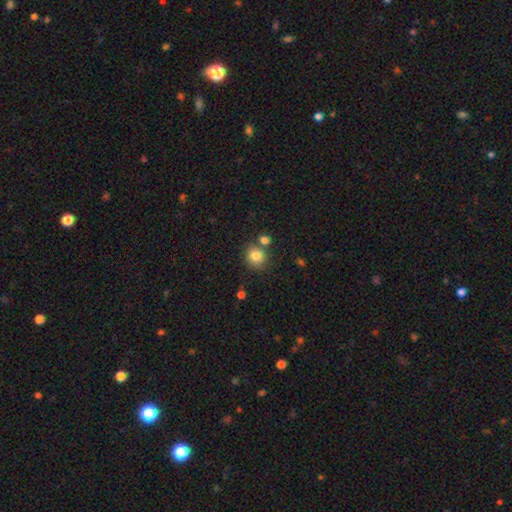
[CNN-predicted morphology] A smooth galaxy with no disk features (82%) that is round (87%).

Vote fractions:
- Smooth or featured? smooth: 82% / star or artifact: 11% / featured or disk: 7%
- How rounded? round: 87% / in between: 13% / cigar-shaped: 1%
- Merging? none: 71% / merger: 17% / minor disturbance: 10% / major disturbance: 3%